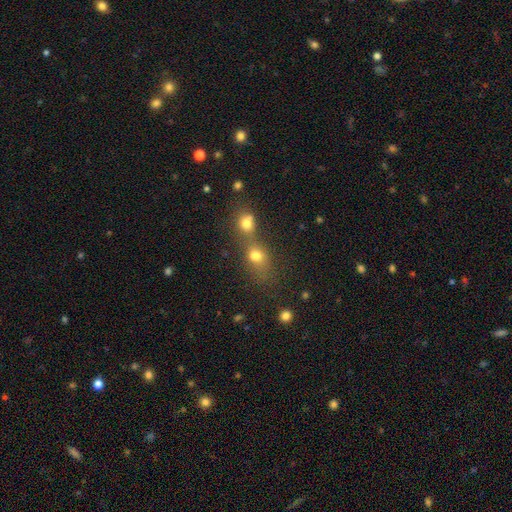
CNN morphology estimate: A smooth galaxy with no disk features (72%) that is round (54%).

Vote fractions:
- Smooth or featured? smooth: 72% / star or artifact: 16% / featured or disk: 12%
- How rounded? round: 54% / in between: 43% / cigar-shaped: 3%
- Merging? merger: 58% / none: 29% / minor disturbance: 7% / major disturbance: 5%